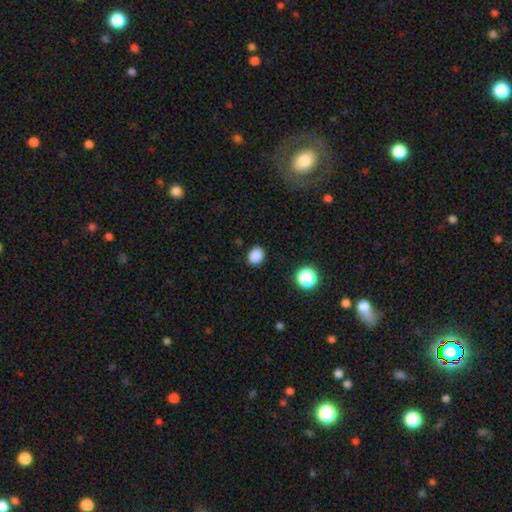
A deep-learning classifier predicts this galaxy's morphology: smooth_or_featured: smooth (p=0.86) [alt: star or artifact p=0.11]
how_rounded: round (p=0.60) [alt: in between p=0.39]
merging: none (p=0.89) [alt: minor disturbance p=0.08]